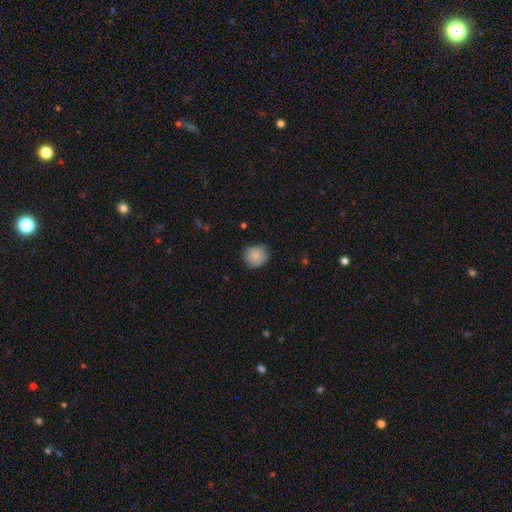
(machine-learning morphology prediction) A smooth galaxy with no disk features (85%) that is round (87%).

Vote fractions:
- Smooth or featured? smooth: 85% / star or artifact: 8% / featured or disk: 7%
- How rounded? round: 87% / in between: 12% / cigar-shaped: 1%
- Merging? none: 80% / minor disturbance: 16% / major disturbance: 3% / merger: 1%